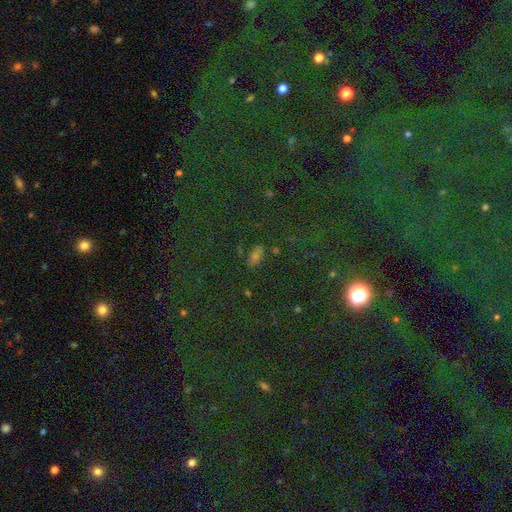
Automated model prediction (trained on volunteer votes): This is possibly a smooth galaxy (48%). Merging: likely none (78%).